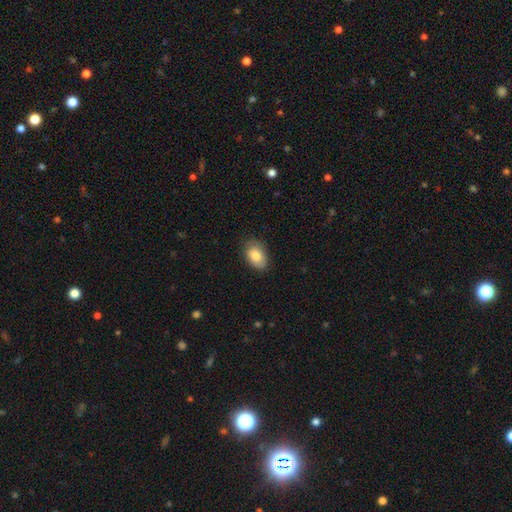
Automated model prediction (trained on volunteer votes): Overall: smooth (82%). How rounded: in between (88%). Merging: none (81%).